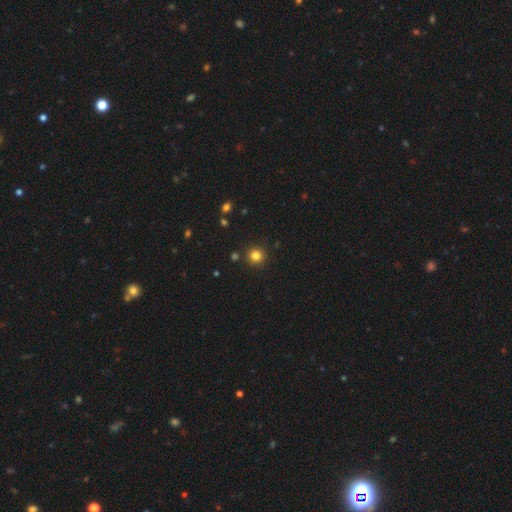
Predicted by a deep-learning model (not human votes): This is clearly a smooth galaxy (81%). How rounded: clearly round (94%). Merging: clearly none (89%).